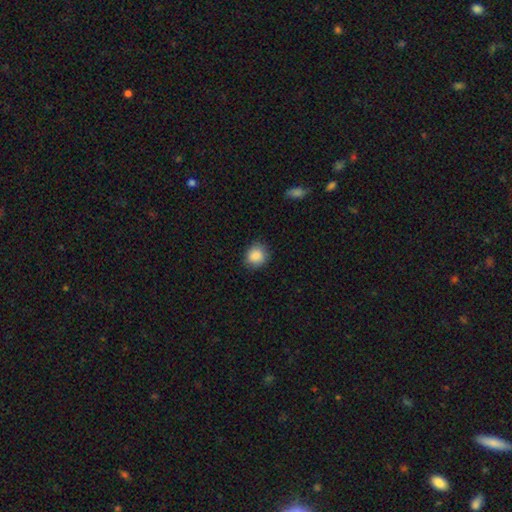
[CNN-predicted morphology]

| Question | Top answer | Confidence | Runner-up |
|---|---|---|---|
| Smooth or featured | smooth | 87% | star or artifact (8%) |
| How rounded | round | 79% | in between (20%) |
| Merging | none | 83% | minor disturbance (13%) |